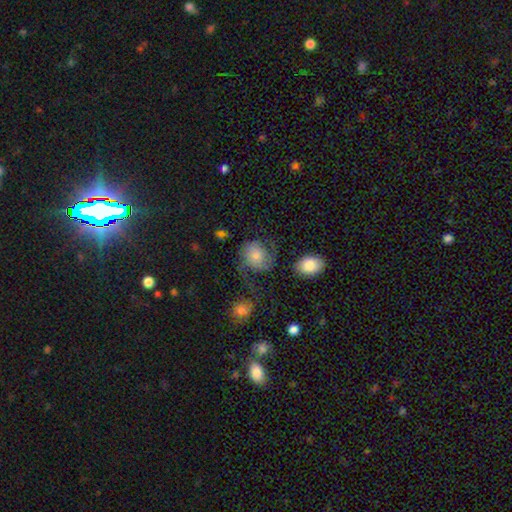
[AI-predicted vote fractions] A smooth galaxy with no disk features (50%) that is round (63%). Merging: none (48%).